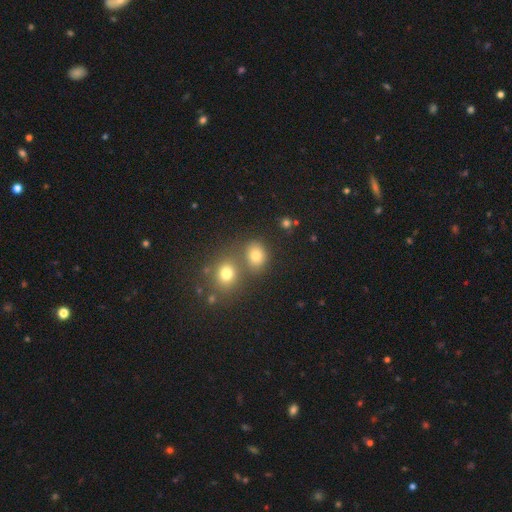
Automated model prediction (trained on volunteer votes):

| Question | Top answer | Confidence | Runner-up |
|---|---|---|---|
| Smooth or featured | smooth | 73% | star or artifact (17%) |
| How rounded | round | 68% | in between (31%) |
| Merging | none | 59% | merger (28%) |